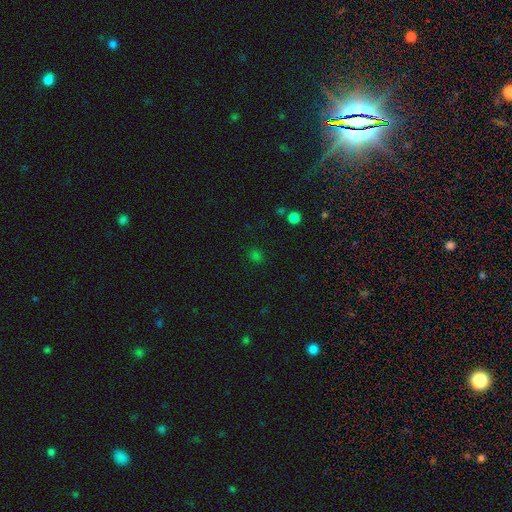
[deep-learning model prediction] This is likely a smooth galaxy (69%). How rounded: clearly round (86%). Merging: clearly none (87%).